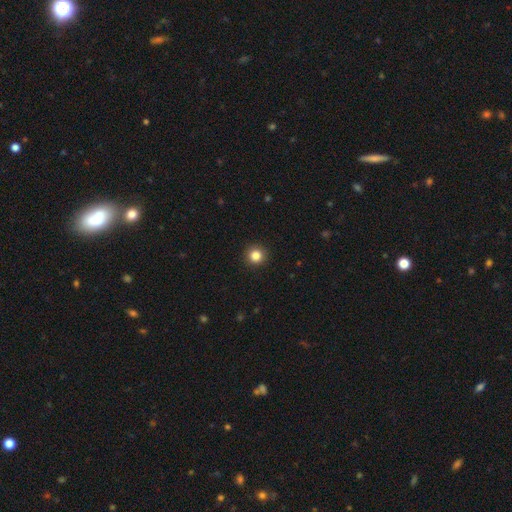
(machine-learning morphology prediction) Smooth or featured?
  - smooth: 84% *
  - star or artifact: 11%
  - featured or disk: 4%
How rounded?
  - round: 95% *
  - in between: 4%
  - cigar-shaped: 1%
Merging?
  - none: 93% *
  - minor disturbance: 5%
  - major disturbance: 2%
  - merger: 1%